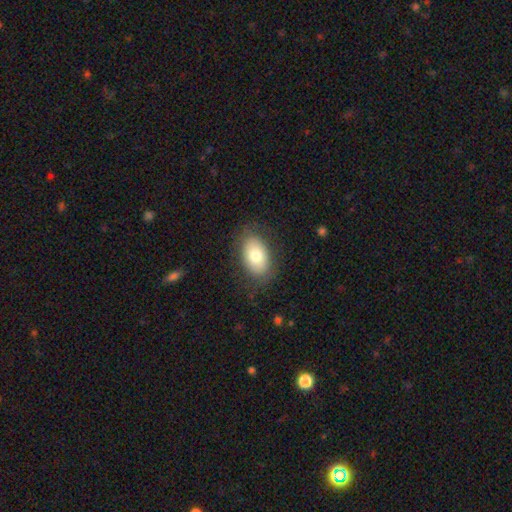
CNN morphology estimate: Smooth or featured? smooth (77%)
How rounded? in between (90%)
Merging? none (81%)